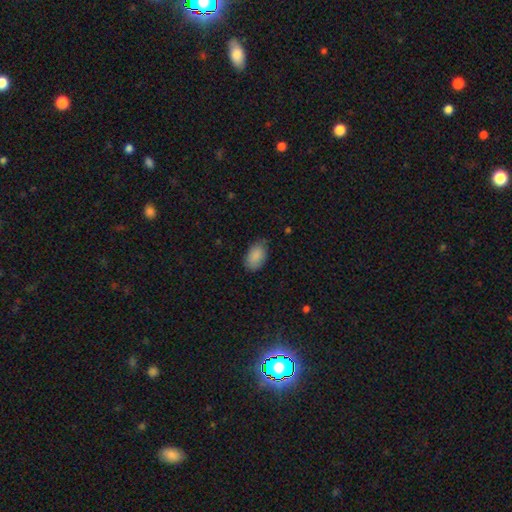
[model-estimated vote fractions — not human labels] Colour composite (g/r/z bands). It shows a smooth galaxy with no disk features (88%) that is in between round and cigar-shaped (92%). Merging: none (71%).